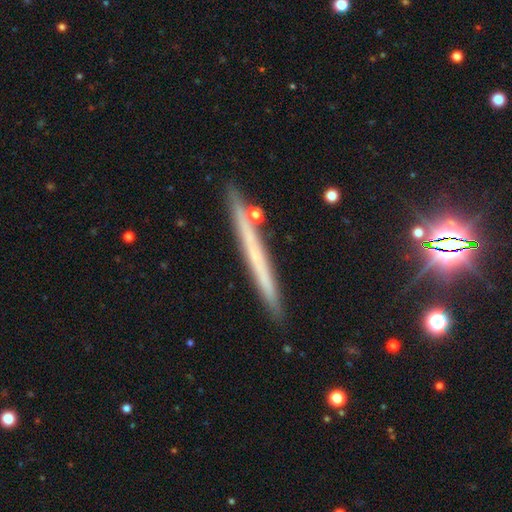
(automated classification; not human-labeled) Morphology: type=featured or disk (51%); edge-on=yes (95%); merging=none (87%).